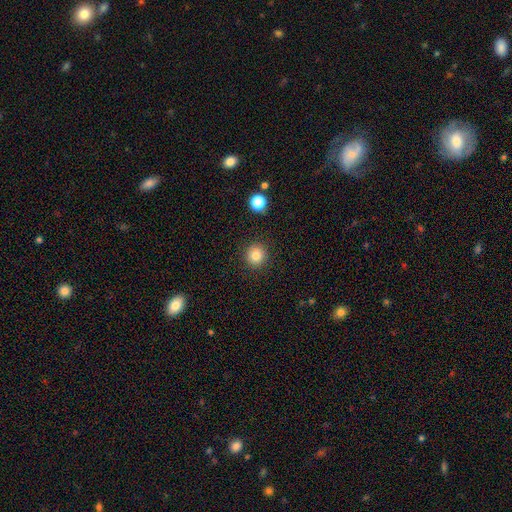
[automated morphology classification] Smooth or featured?
  - smooth: 84% *
  - star or artifact: 11%
  - featured or disk: 6%
How rounded?
  - round: 92% *
  - in between: 7%
  - cigar-shaped: 1%
Merging?
  - none: 90% *
  - minor disturbance: 6%
  - major disturbance: 2%
  - merger: 2%